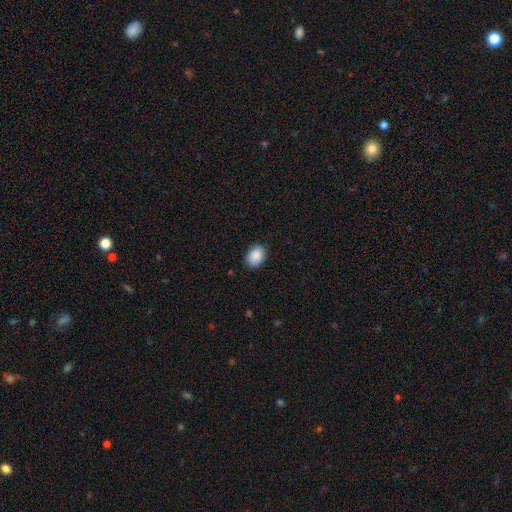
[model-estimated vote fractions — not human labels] A smooth galaxy with no disk features (90%) that is in between round and cigar-shaped (66%).

Vote fractions:
- Smooth or featured? smooth: 90% / star or artifact: 7% / featured or disk: 3%
- How rounded? in between: 66% / round: 33% / cigar-shaped: 1%
- Merging? none: 85% / minor disturbance: 12% / major disturbance: 2% / merger: 1%